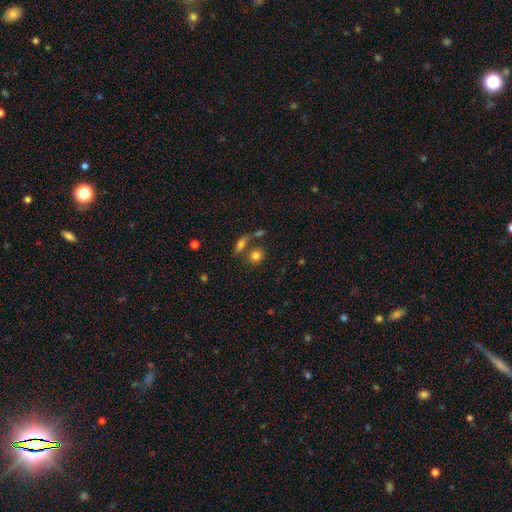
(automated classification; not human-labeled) Smooth or featured: smooth — 79% (featured or disk — 11%)
How rounded: round — 70% (in between — 27%)
Merging: none — 59% (merger — 25%)